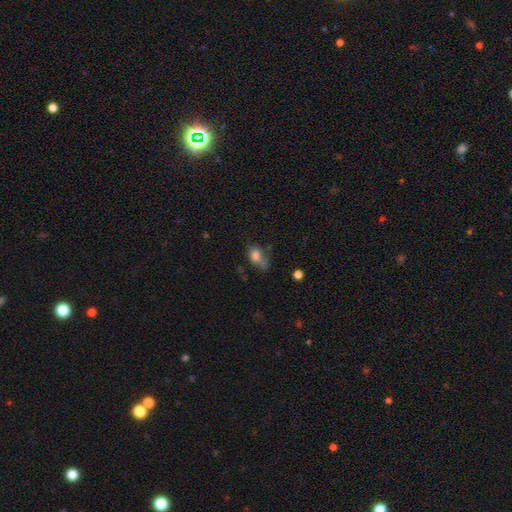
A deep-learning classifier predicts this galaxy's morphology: Smooth or featured?
  - smooth: 77% *
  - featured or disk: 12%
  - star or artifact: 11%
How rounded?
  - in between: 73% *
  - round: 24%
  - cigar-shaped: 3%
Merging?
  - none: 37% *
  - minor disturbance: 30%
  - major disturbance: 19%
  - merger: 14%